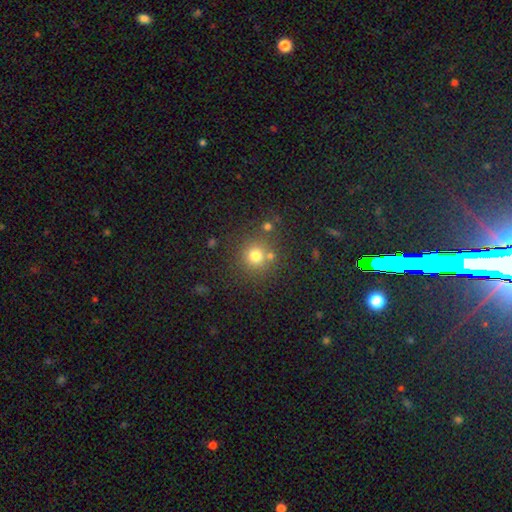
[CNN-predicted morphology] A smooth galaxy with no disk features (75%) that is round (92%). Merging: none (76%).